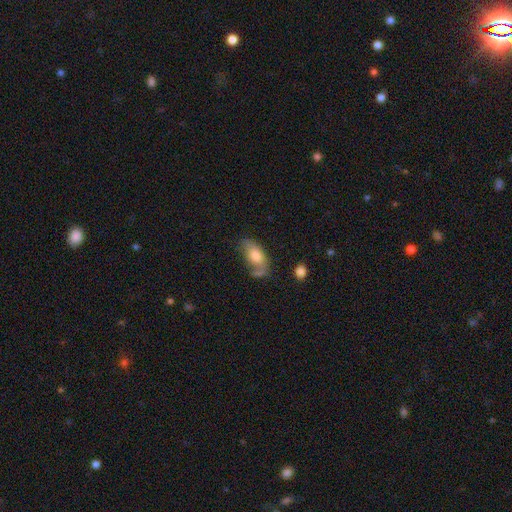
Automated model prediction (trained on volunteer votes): The model was most divided on "merging": none: 48%, minor disturbance: 25%, merger: 15%, major disturbance: 12%. More confident: how rounded — in between (89%); smooth or featured — smooth (72%).